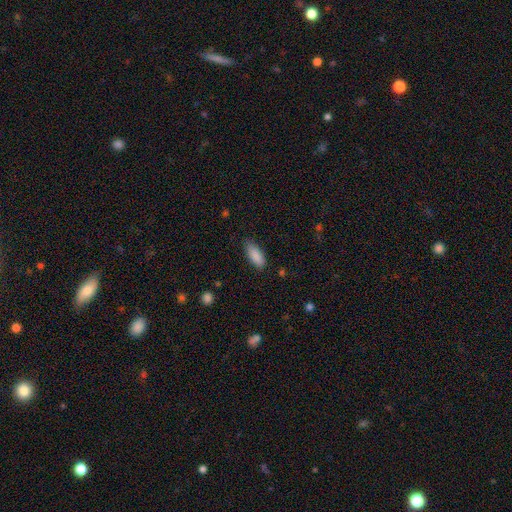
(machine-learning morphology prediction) type=smooth (89%); roundness=in between (82%); merging=none (80%).